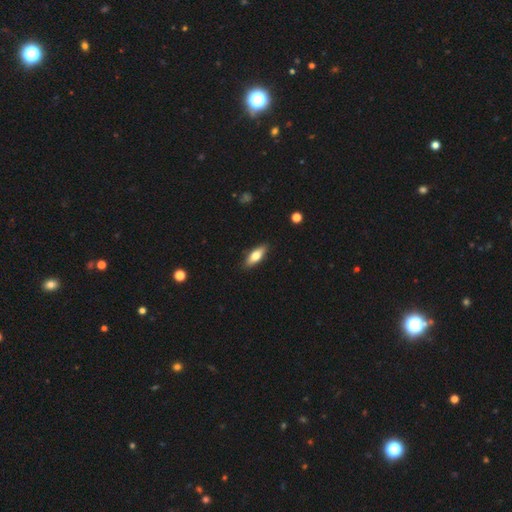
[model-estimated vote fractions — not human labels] Smooth or featured? Predicted: smooth (p=0.68). How rounded? Predicted: in between (p=0.62). Merging? Predicted: none (p=0.88).